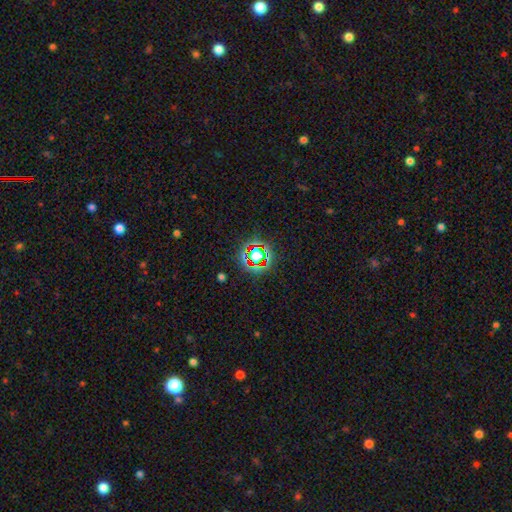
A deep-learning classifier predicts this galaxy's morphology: Smooth or featured? Predicted: star or artifact (p=0.64).